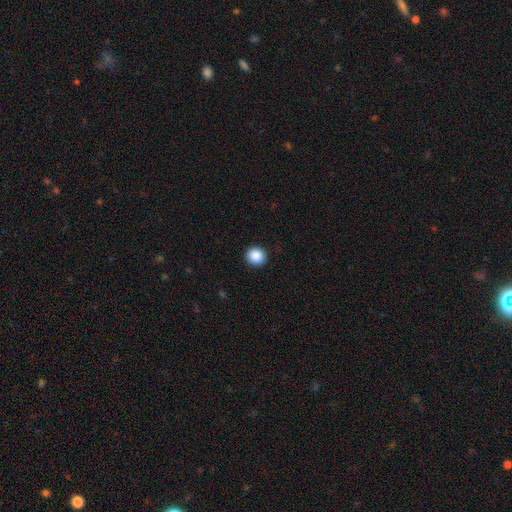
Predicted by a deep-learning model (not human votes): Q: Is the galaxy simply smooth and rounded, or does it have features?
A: smooth — 89%.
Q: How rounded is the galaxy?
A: round — 85%.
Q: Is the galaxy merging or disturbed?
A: none — 92%.